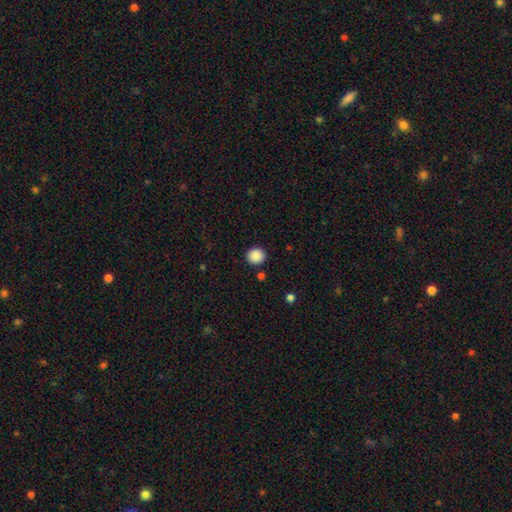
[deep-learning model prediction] Overall: smooth (89%). How rounded: round (88%). Merging: none (90%).